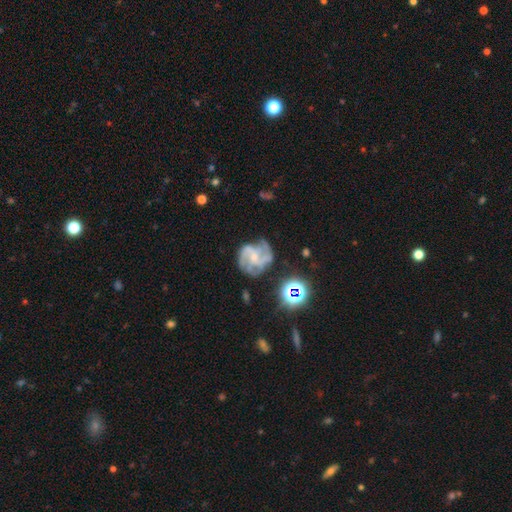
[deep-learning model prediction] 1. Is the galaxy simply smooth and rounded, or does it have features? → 82% featured or disk, 9% star or artifact, 9% smooth.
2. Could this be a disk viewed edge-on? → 98% no, 2% yes.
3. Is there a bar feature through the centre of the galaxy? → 48% no, 40% weak, 12% strong.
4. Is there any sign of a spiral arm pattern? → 95% yes, 5% no.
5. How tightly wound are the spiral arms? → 51% medium, 34% tight, 15% loose.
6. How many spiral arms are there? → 39% 3, 33% 2, 13% can't tell, 7% 4, 4% 1, 4% more than 4.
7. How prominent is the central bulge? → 60% small, 28% moderate, 10% none, 2% large, 1% dominant.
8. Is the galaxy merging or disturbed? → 68% none, 20% minor disturbance, 10% major disturbance, 3% merger.